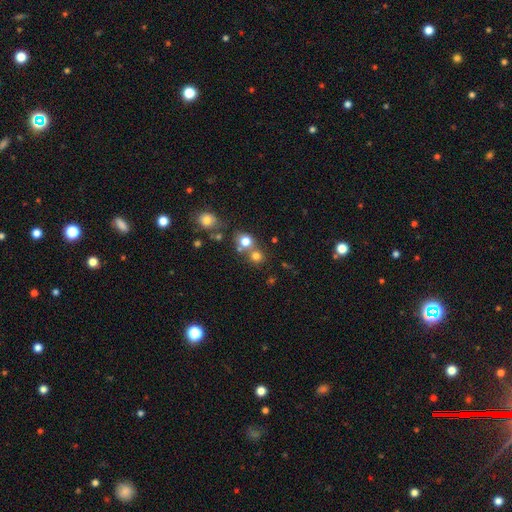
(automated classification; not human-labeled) smooth-or-featured: smooth: 73% | star or artifact: 17% | featured or disk: 9%
  how-rounded: round: 85% | in between: 14% | cigar-shaped: 1%
  merging: none: 54% | merger: 35% | minor disturbance: 7% | major disturbance: 3%